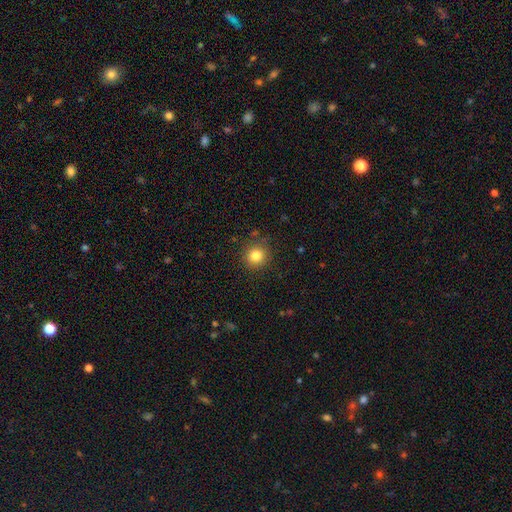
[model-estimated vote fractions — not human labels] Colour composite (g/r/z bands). It shows a smooth galaxy with no disk features (82%) that is round (93%). Merging: none (88%).